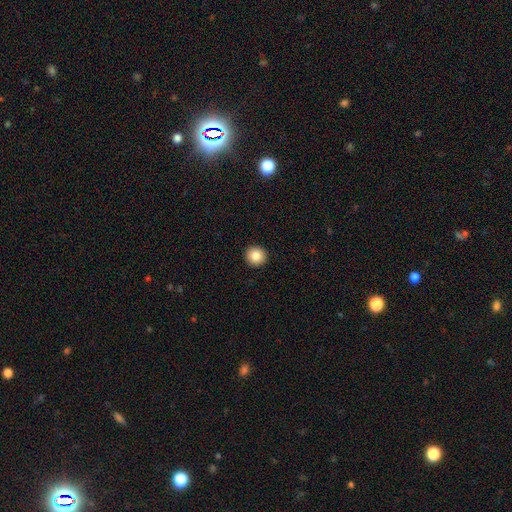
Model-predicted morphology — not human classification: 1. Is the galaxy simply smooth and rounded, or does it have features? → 85% smooth, 9% star or artifact, 5% featured or disk.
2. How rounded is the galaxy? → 94% round, 5% in between, 1% cigar-shaped.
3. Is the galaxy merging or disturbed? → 93% none, 4% minor disturbance, 1% major disturbance, 1% merger.